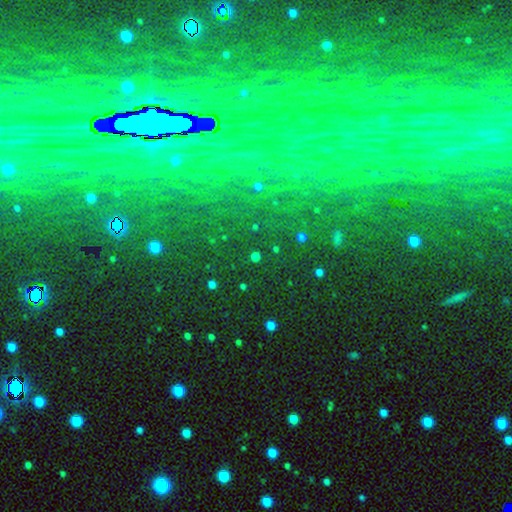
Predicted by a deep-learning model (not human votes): star or artifact 53%, smooth 35%, featured or disk 12%.